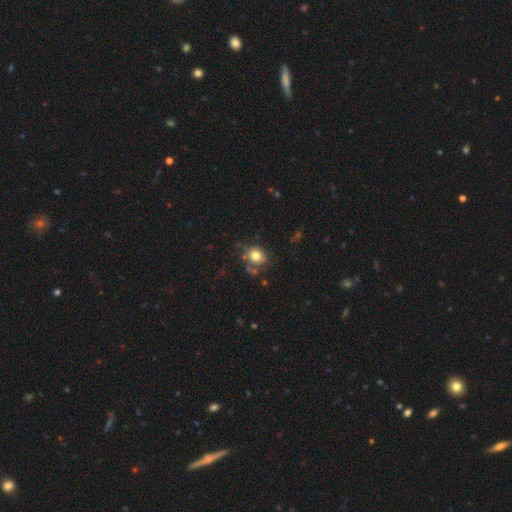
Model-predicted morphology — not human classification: Q: Smooth or featured?
A: smooth (75%); runner-up: featured or disk (14%)
Q: How rounded?
A: round (72%); runner-up: in between (27%)
Q: Merging?
A: none (64%); runner-up: minor disturbance (20%)